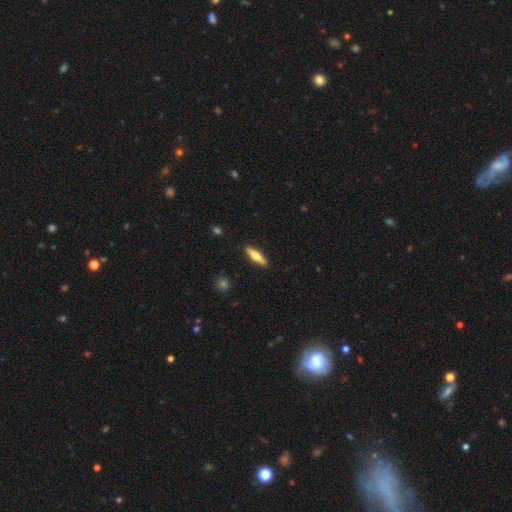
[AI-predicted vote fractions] The model was most divided on "smooth or featured": featured or disk: 51%, smooth: 43%, star or artifact: 5%. More confident: edge-on disk — yes (94%); merging — none (90%).